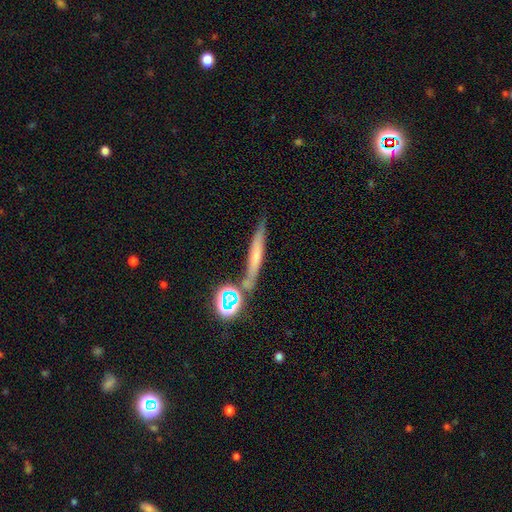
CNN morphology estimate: Smooth or featured: smooth — 49% (featured or disk — 35%)
Merging: none — 72% (minor disturbance — 13%)